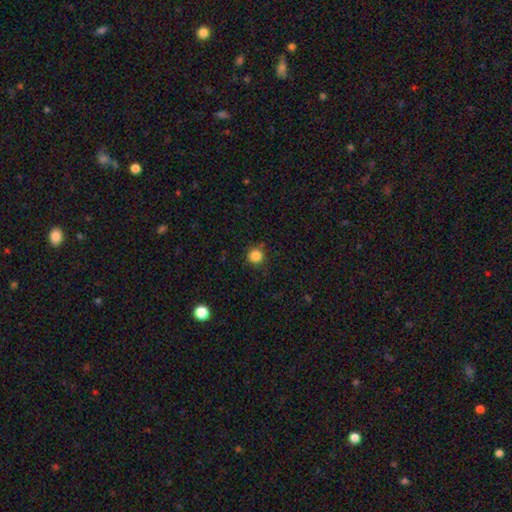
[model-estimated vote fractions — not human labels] The model was most divided on "smooth or featured": smooth: 84%, star or artifact: 12%, featured or disk: 4%. More confident: how rounded — round (95%); merging — none (87%).